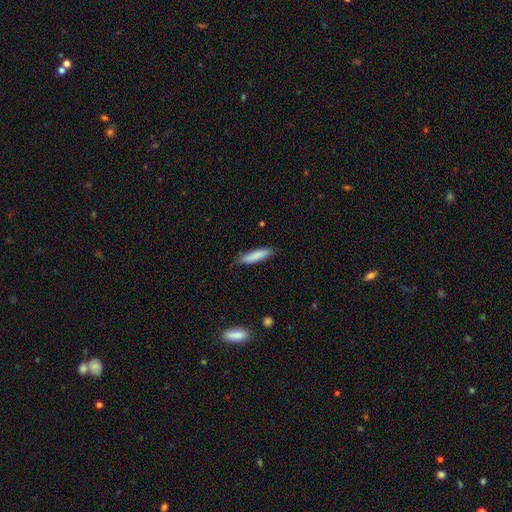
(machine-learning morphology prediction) Smooth or featured? smooth (85%)
How rounded? cigar-shaped (73%)
Merging? none (76%)